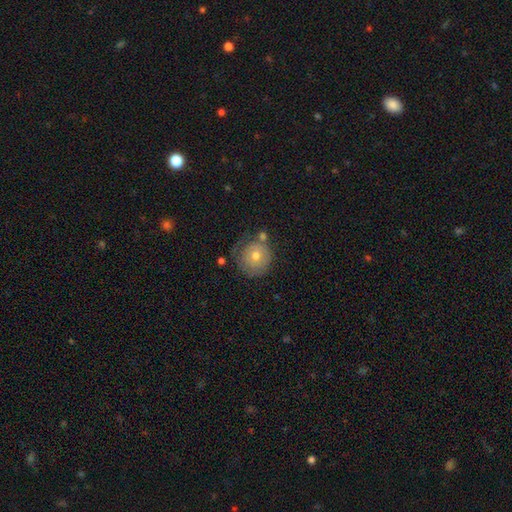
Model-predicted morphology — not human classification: Smooth or featured: smooth — 58% (featured or disk — 33%)
How rounded: round — 91% (in between — 8%)
Merging: none — 64% (minor disturbance — 20%)